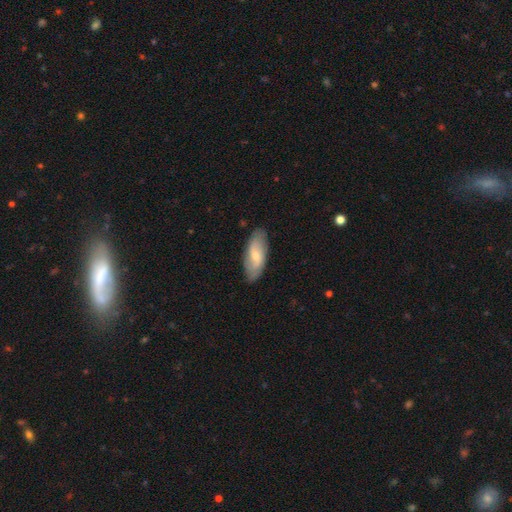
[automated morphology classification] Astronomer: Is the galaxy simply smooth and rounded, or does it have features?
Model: smooth — 51% (runner-up: featured or disk, 44%).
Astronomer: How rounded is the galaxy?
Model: in between — 81%.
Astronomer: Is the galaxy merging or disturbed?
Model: none — 82%.